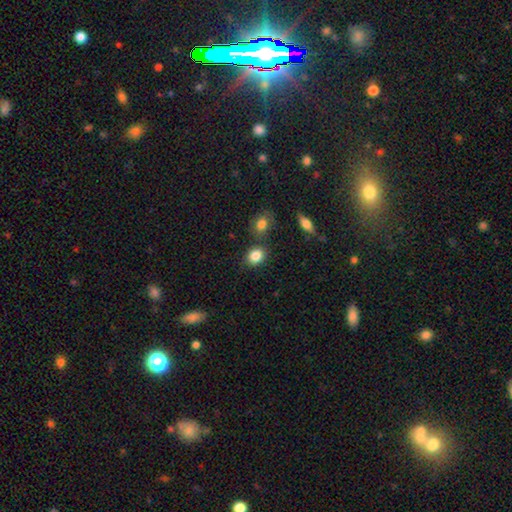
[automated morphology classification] Smooth or featured?
  - smooth: 85% *
  - star or artifact: 9%
  - featured or disk: 6%
How rounded?
  - round: 51% *
  - in between: 48%
  - cigar-shaped: 1%
Merging?
  - none: 75% *
  - merger: 11%
  - minor disturbance: 11%
  - major disturbance: 3%